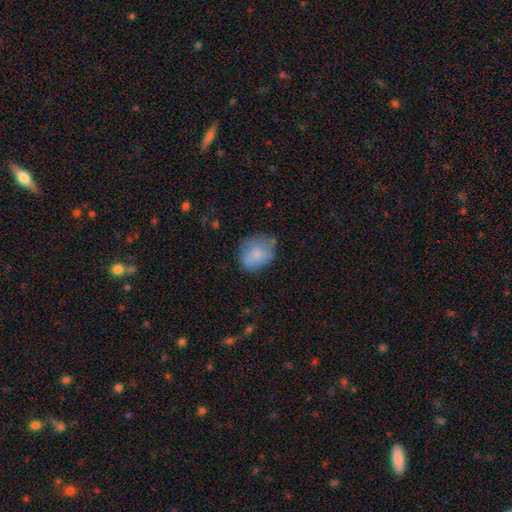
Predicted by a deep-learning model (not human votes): smooth 73%, featured or disk 18%, star or artifact 8%. Down the decision tree: how rounded — round (54%); merging — none (52%).